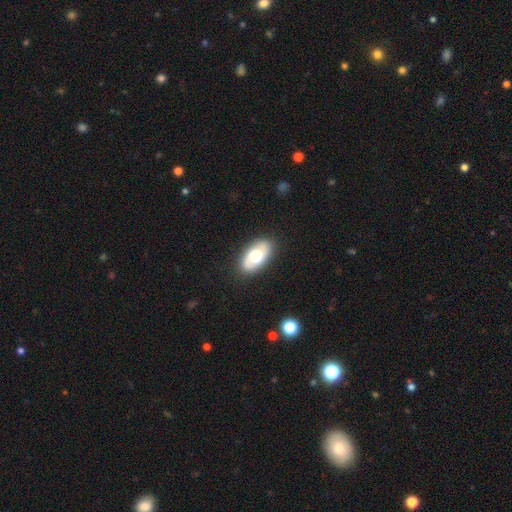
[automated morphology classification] smooth-or-featured: featured or disk: 49% | smooth: 44% | star or artifact: 6%
  merging: none: 85% | minor disturbance: 11% | major disturbance: 3% | merger: 1%